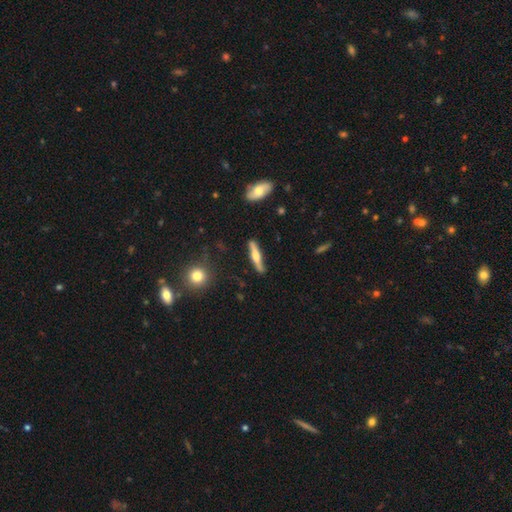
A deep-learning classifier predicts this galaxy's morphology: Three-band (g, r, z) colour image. It shows a featured or disk galaxy (59%) viewed edge-on (91%) with a rounded central bulge (81%). Merging: none (81%).